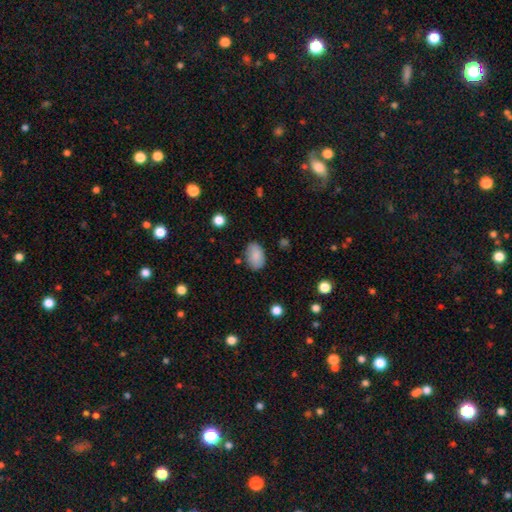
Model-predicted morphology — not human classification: smooth-or-featured: smooth: 86% | featured or disk: 7% | star or artifact: 7%
  how-rounded: in between: 88% | round: 11% | cigar-shaped: 1%
  merging: none: 79% | minor disturbance: 15% | major disturbance: 4% | merger: 2%